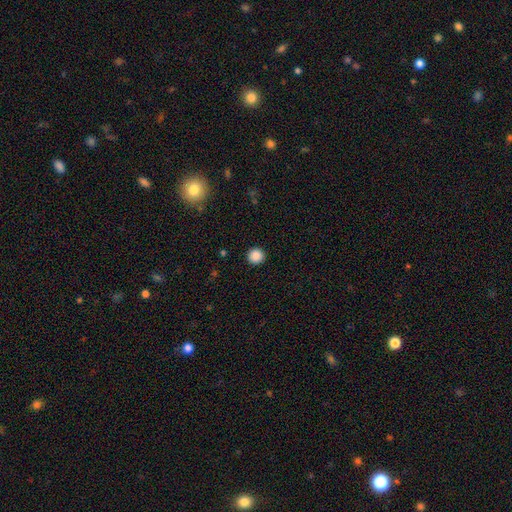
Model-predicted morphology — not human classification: Q: Smooth or featured?
A: smooth (88%); runner-up: star or artifact (10%)
Q: How rounded?
A: round (95%); runner-up: in between (4%)
Q: Merging?
A: none (93%); runner-up: minor disturbance (4%)